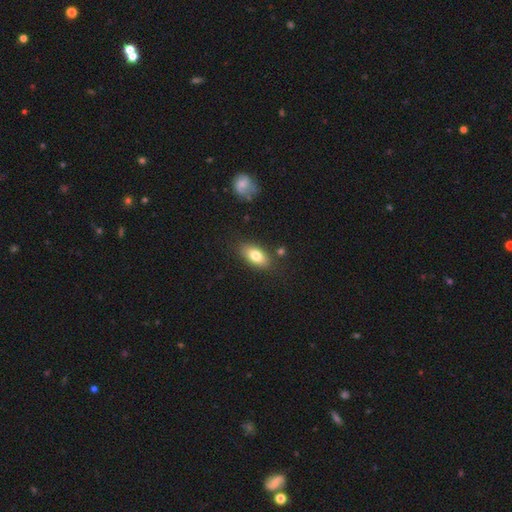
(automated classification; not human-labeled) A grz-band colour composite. It shows a smooth galaxy with no disk features (78%) that is in between round and cigar-shaped (89%). Merging: none (82%).